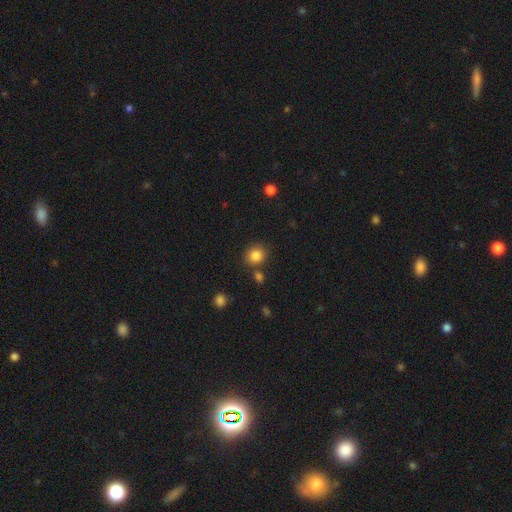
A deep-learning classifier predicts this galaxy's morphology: Smooth or featured: smooth — 84% (star or artifact — 11%)
How rounded: round — 79% (in between — 20%)
Merging: none — 78% (minor disturbance — 10%)